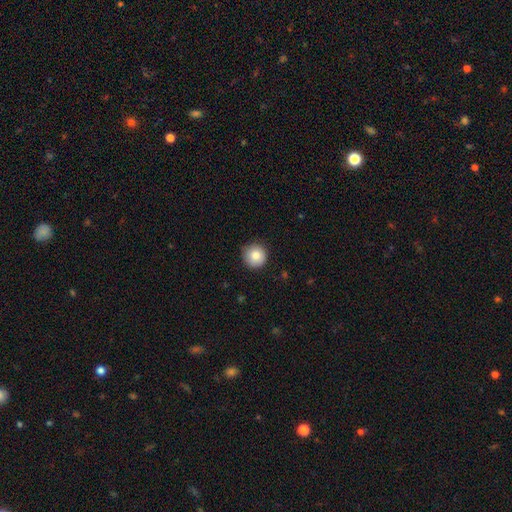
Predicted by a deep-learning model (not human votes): Overall: smooth (84%). How rounded: round (95%). Merging: none (86%).